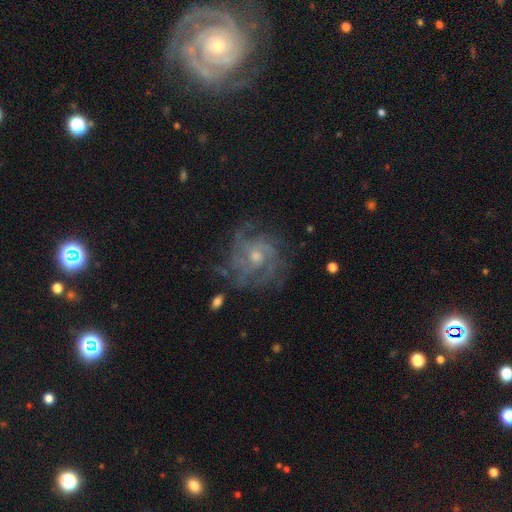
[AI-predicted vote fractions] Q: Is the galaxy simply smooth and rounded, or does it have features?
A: featured or disk — 83%.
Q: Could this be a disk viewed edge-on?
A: no — 98%.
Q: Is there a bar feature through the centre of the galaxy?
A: no — 71%.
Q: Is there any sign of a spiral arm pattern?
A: yes — 93%.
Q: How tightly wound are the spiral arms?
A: tight — 52%.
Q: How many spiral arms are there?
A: can't tell — 31%.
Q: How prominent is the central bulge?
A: moderate — 54%.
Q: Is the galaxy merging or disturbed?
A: none — 68%.